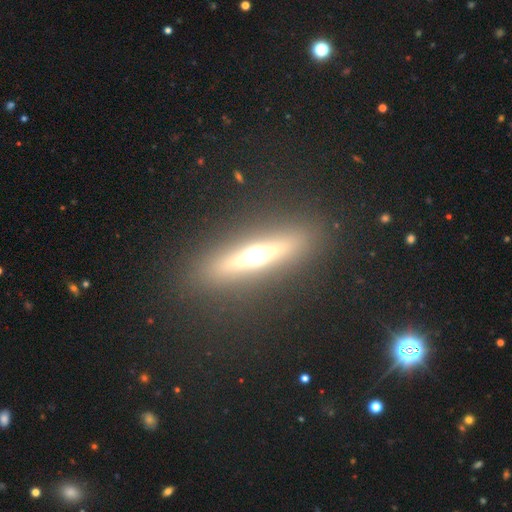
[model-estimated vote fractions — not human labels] Smooth or featured? featured or disk (69%)
Edge-on disk? yes (92%)
Edge-on bulge? rounded (94%)
Merging? none (88%)